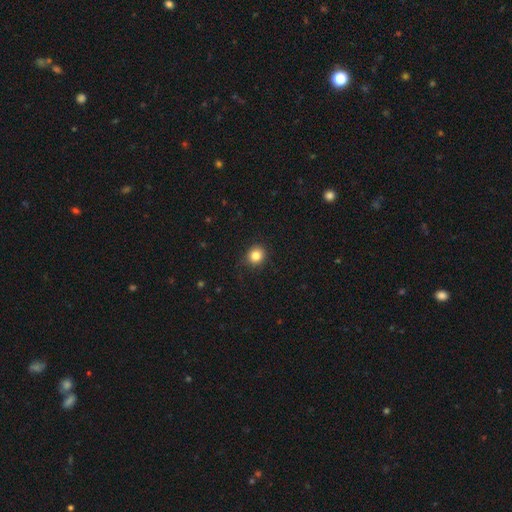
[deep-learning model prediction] Morphology: type=smooth (83%); roundness=round (85%); merging=none (88%).